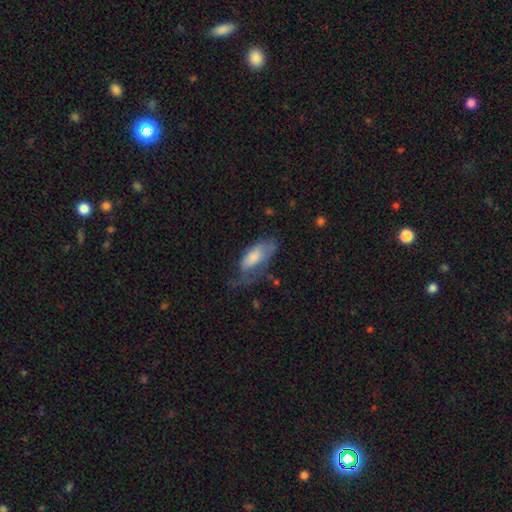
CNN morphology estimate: Overall: smooth (66%; featured or disk 27%). How rounded: in between (80%). Merging: none (33%; minor disturbance 32%).